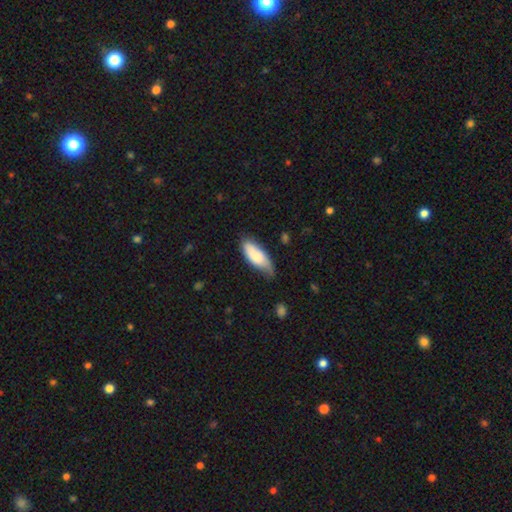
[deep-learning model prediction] Smooth or featured?
  - smooth: 75% *
  - featured or disk: 19%
  - star or artifact: 6%
How rounded?
  - in between: 77% *
  - cigar-shaped: 21%
  - round: 2%
Merging?
  - none: 53% *
  - minor disturbance: 37%
  - major disturbance: 8%
  - merger: 2%